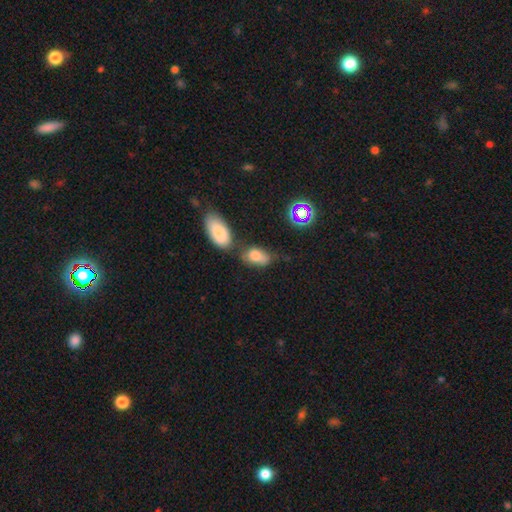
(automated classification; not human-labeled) Smooth or featured?
  - smooth: 75% *
  - star or artifact: 13%
  - featured or disk: 12%
How rounded?
  - in between: 89% *
  - round: 8%
  - cigar-shaped: 3%
Merging?
  - none: 39% *
  - merger: 26%
  - minor disturbance: 25%
  - major disturbance: 11%